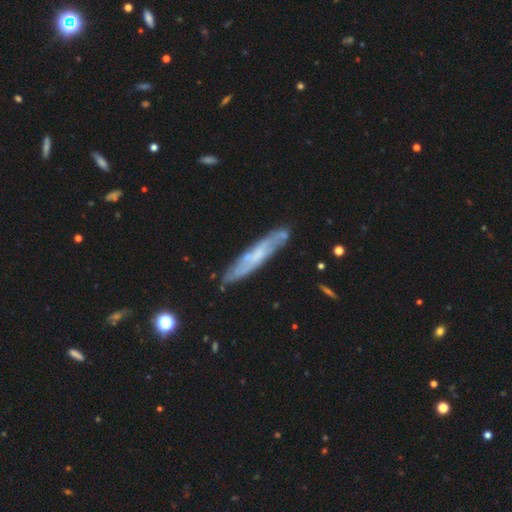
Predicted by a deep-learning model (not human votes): A featured or disk galaxy (59%) viewed edge-on (62%). Merging: none (80%).